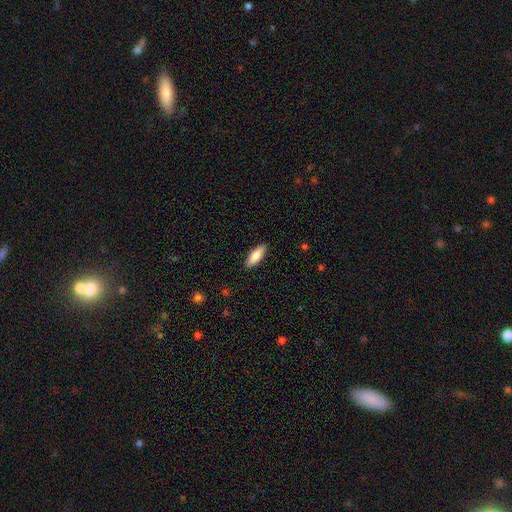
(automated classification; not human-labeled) This appears to be a smooth galaxy with no disk features (84%) that is in between round and cigar-shaped (67%). Merging: none (89%).